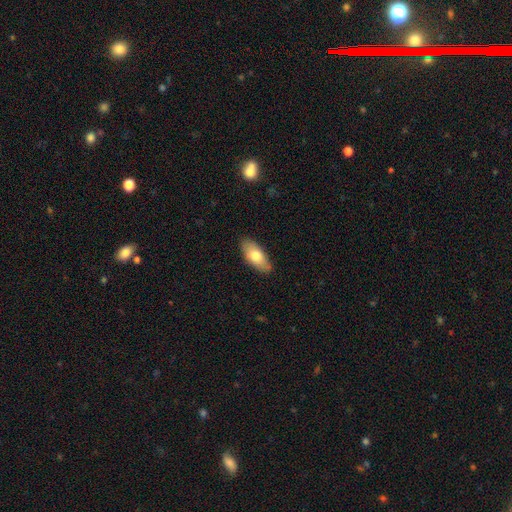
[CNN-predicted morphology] This is likely a smooth galaxy (73%). How rounded: clearly in between (88%). Merging: clearly none (83%).